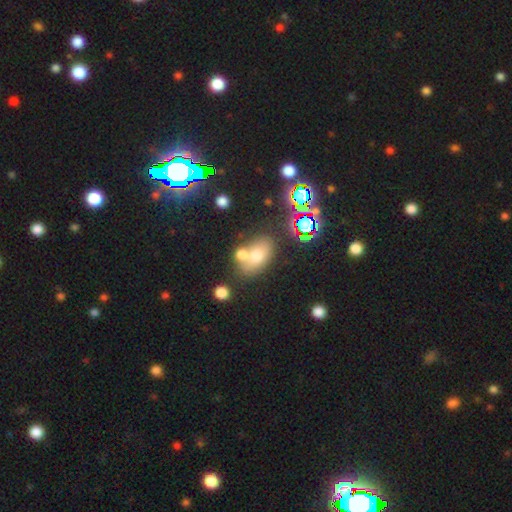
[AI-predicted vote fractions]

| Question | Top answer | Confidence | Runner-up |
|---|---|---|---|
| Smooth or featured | smooth | 67% | featured or disk (17%) |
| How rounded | in between | 77% | round (21%) |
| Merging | none | 47% | merger (36%) |